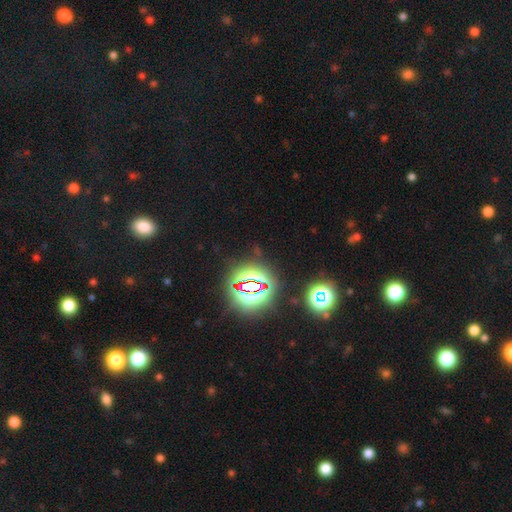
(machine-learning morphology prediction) smooth-or-featured: star or artifact: 78% | smooth: 14% | featured or disk: 8%